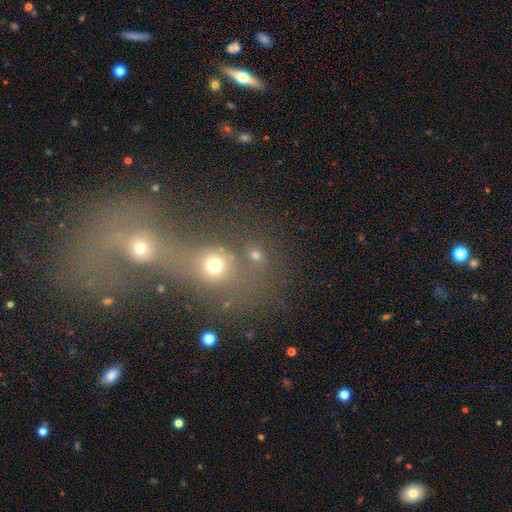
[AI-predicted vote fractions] Overall: smooth (59%; star or artifact 27%). How rounded: round (73%). Merging: none (45%; merger 34%).